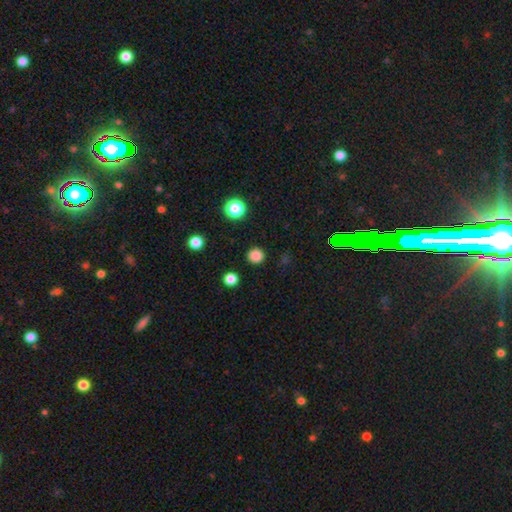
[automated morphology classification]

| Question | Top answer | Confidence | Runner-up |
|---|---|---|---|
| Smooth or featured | smooth | 84% | star or artifact (13%) |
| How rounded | round | 95% | in between (4%) |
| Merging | none | 91% | minor disturbance (5%) |